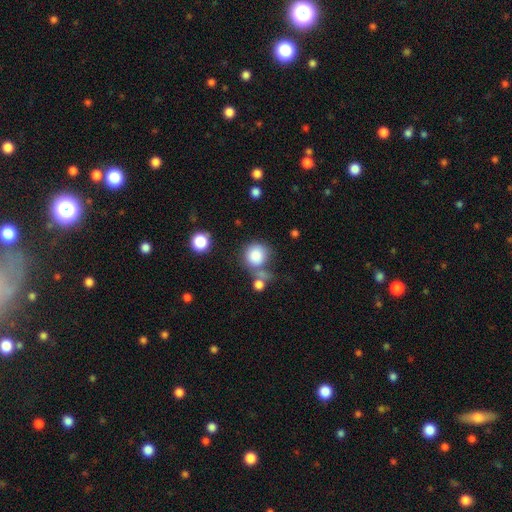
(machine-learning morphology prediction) A smooth galaxy with no disk features (83%) that is round (88%). Merging: none (53%).